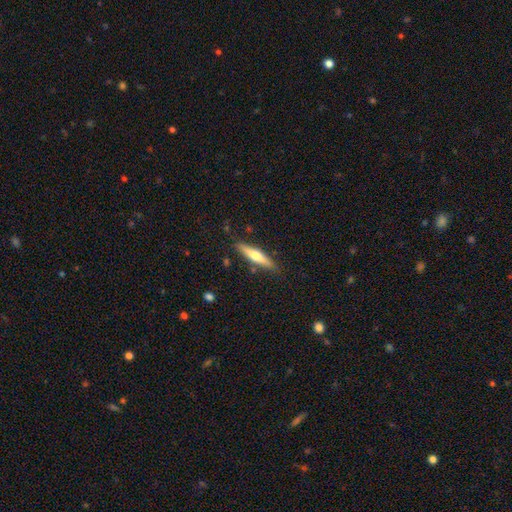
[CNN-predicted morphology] Smooth or featured? smooth (51%)
How rounded? cigar-shaped (84%)
Merging? none (85%)